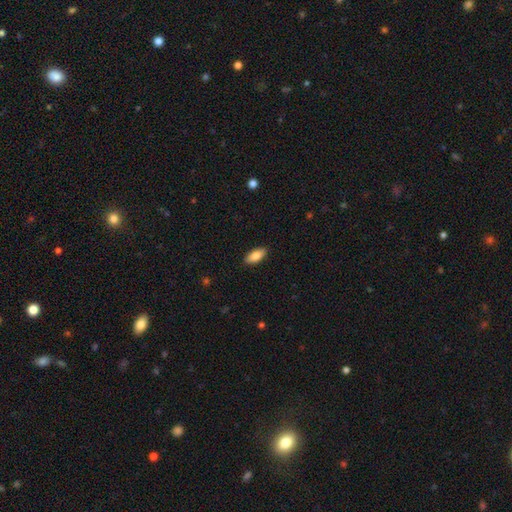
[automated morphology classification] A smooth galaxy with no disk features (84%) that is in between round and cigar-shaped (86%). Merging: none (89%).